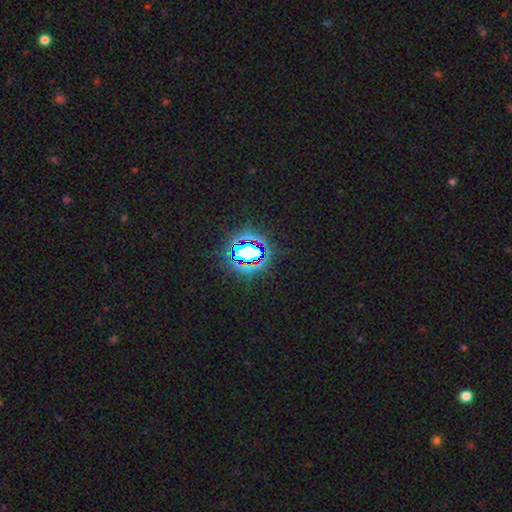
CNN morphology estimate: smooth_or_featured: star or artifact (p=0.81) [alt: smooth p=0.13]